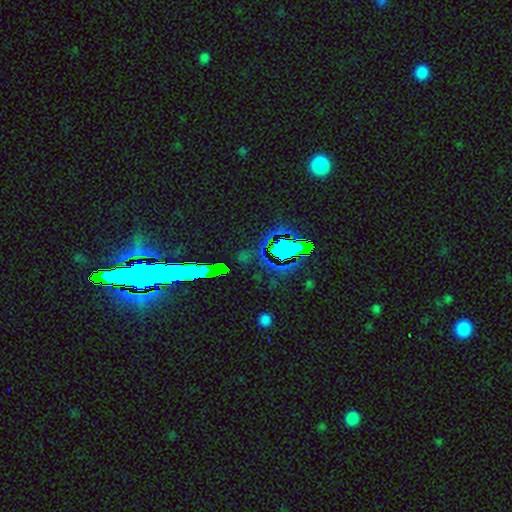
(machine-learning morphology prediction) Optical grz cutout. It shows a star or artifact, not a galaxy (82%).